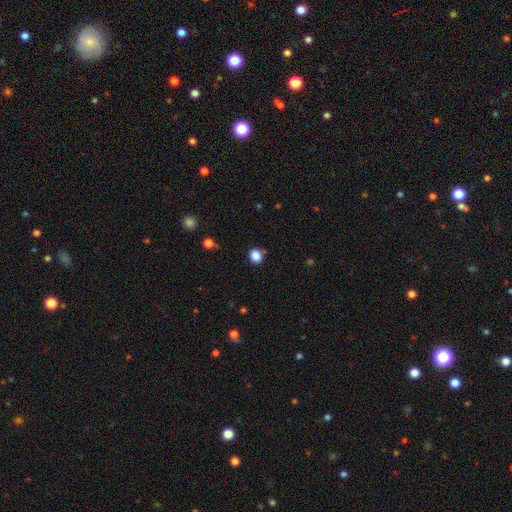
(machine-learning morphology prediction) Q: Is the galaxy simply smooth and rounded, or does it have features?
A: smooth — 86%.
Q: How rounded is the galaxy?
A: round — 78%.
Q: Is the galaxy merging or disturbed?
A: none — 86%.